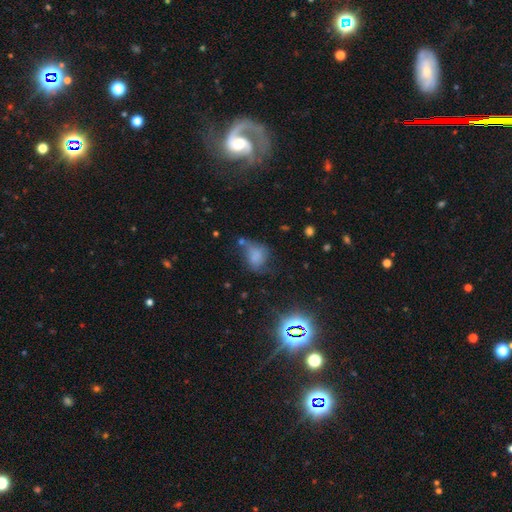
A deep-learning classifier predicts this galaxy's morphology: Smooth or featured? smooth (66%)
How rounded? in between (66%)
Merging? none (34%)